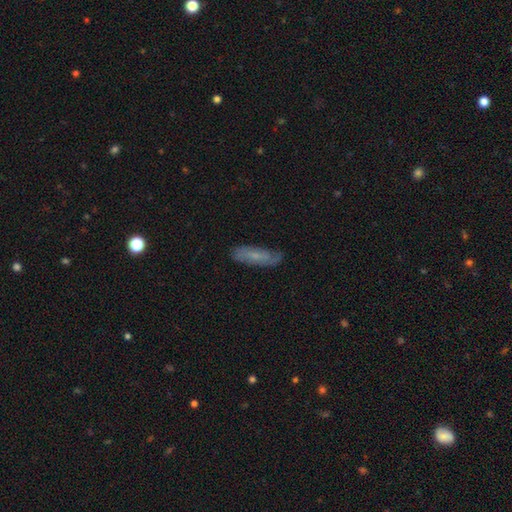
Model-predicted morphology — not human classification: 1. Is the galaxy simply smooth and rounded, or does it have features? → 50% smooth, 42% featured or disk, 8% star or artifact.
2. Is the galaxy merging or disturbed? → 74% none, 20% minor disturbance, 5% major disturbance, 2% merger.